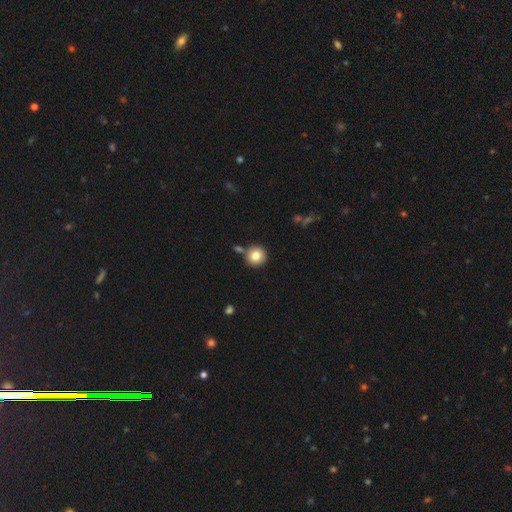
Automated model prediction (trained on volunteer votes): Morphology: type=smooth (81%); roundness=round (93%); merging=none (77%).